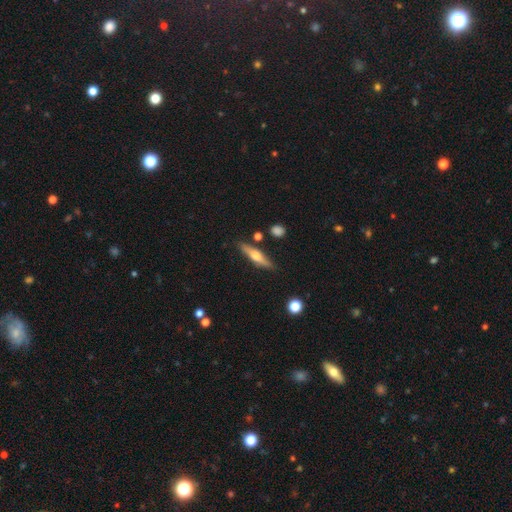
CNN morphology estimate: This is possibly a featured or disk galaxy (55%). It is clearly viewed edge-on (94%). Edge-on bulge: clearly rounded (91%). Merging: clearly none (83%).